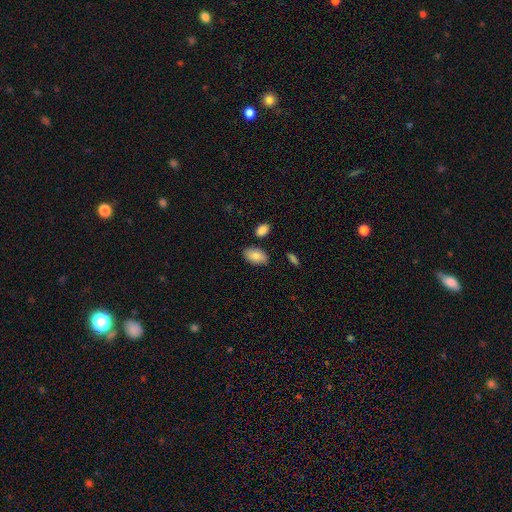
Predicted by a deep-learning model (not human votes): This is clearly a smooth galaxy (85%). How rounded: clearly in between (94%). Merging: clearly none (82%).